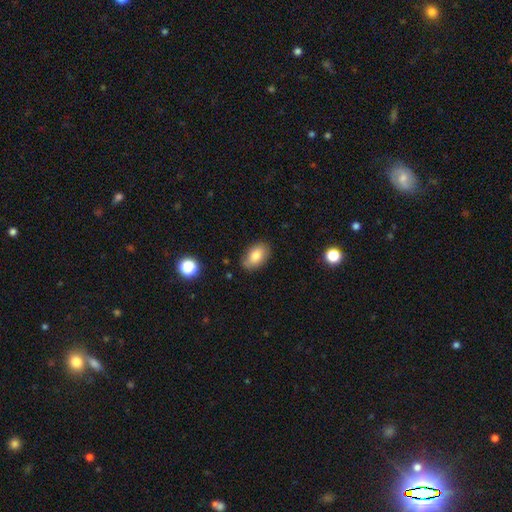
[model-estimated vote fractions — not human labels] Smooth or featured?
  - smooth: 80% *
  - featured or disk: 12%
  - star or artifact: 8%
How rounded?
  - in between: 90% *
  - round: 9%
  - cigar-shaped: 1%
Merging?
  - none: 79% *
  - minor disturbance: 16%
  - major disturbance: 3%
  - merger: 2%